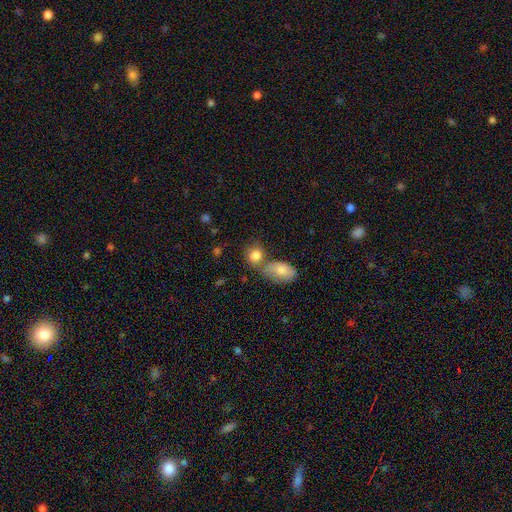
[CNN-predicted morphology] This appears to be a smooth galaxy with no disk features (82%) that is round (53%). Merging: merger (45%).